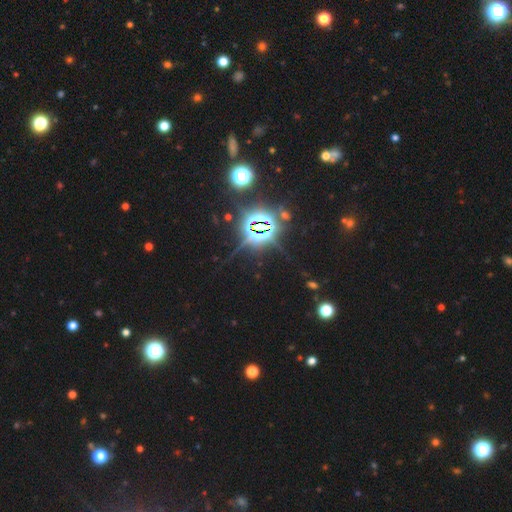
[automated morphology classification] This is clearly a star or artifact rather than a galaxy (84%).